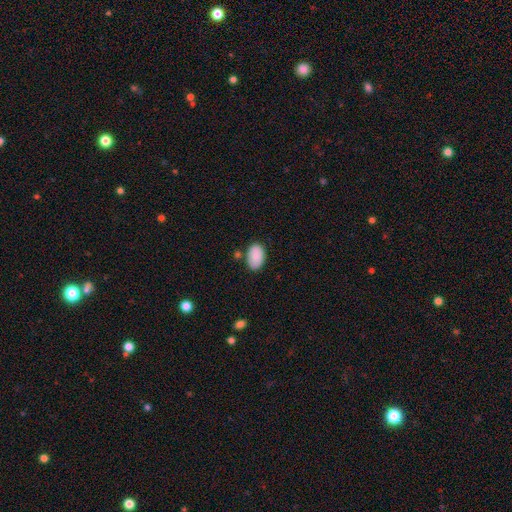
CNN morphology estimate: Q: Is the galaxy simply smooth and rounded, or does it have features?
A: smooth — 89%.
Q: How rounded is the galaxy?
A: in between — 93%.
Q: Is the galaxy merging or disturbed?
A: none — 75%.